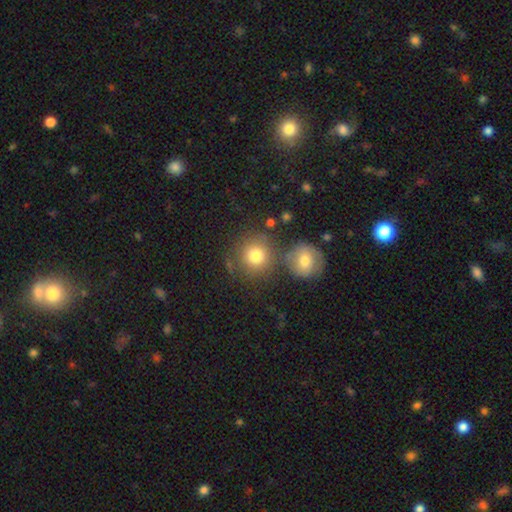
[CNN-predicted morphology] A smooth galaxy with no disk features (79%) that is round (91%).

Vote fractions:
- Smooth or featured? smooth: 79% / star or artifact: 12% / featured or disk: 10%
- How rounded? round: 91% / in between: 8% / cigar-shaped: 1%
- Merging? none: 67% / merger: 19% / minor disturbance: 10% / major disturbance: 4%